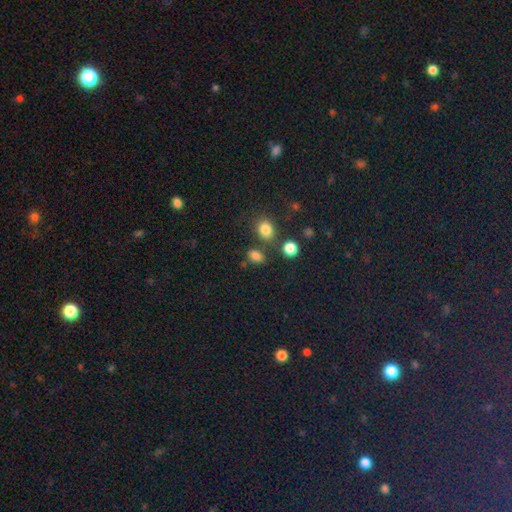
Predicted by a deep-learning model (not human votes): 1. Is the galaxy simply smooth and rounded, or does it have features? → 81% smooth, 14% star or artifact, 5% featured or disk.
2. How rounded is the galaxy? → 70% in between, 28% round, 2% cigar-shaped.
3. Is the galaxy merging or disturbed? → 70% none, 13% minor disturbance, 13% merger, 4% major disturbance.